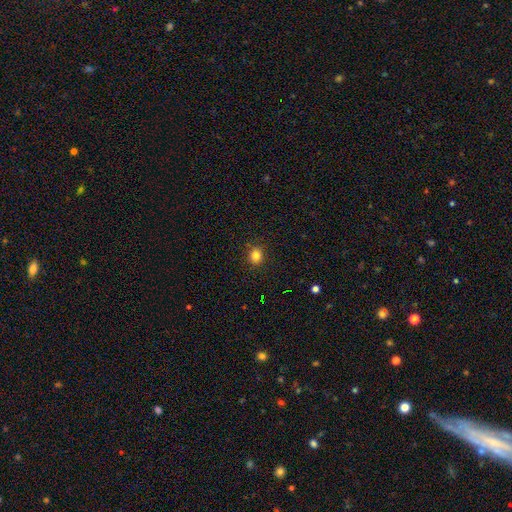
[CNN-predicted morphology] smooth 83%, star or artifact 12%, featured or disk 5%. Down the decision tree: how rounded — round (72%); merging — none (89%).